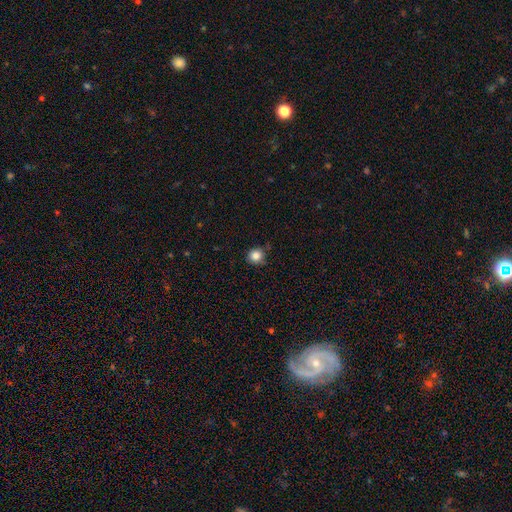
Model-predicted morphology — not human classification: A smooth galaxy with no disk features (84%) that is round (91%). Merging: none (81%).